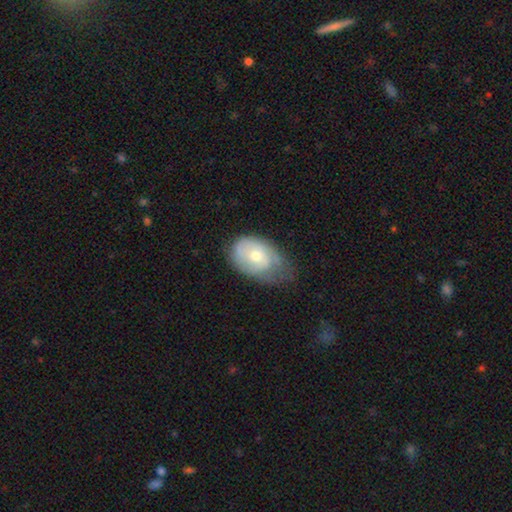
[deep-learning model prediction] A smooth galaxy with no disk features (51%) that is in between round and cigar-shaped (77%). Merging: minor disturbance (43%).